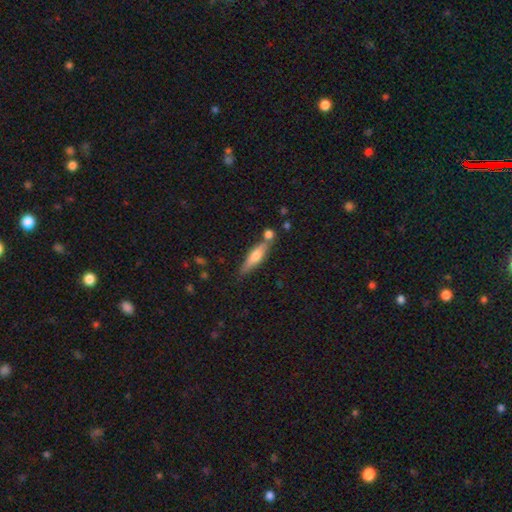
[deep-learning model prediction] This appears to be a smooth galaxy with no disk features (55%) that is cigar-shaped (72%). Merging: none (63%).